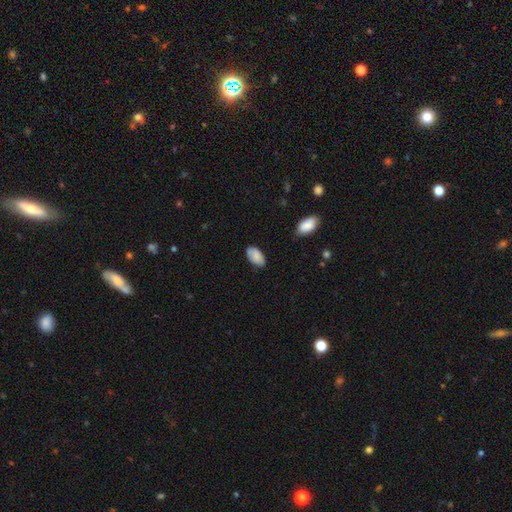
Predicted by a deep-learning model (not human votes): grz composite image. It shows a smooth galaxy with no disk features (84%) that is in between round and cigar-shaped (95%). Merging: none (79%).